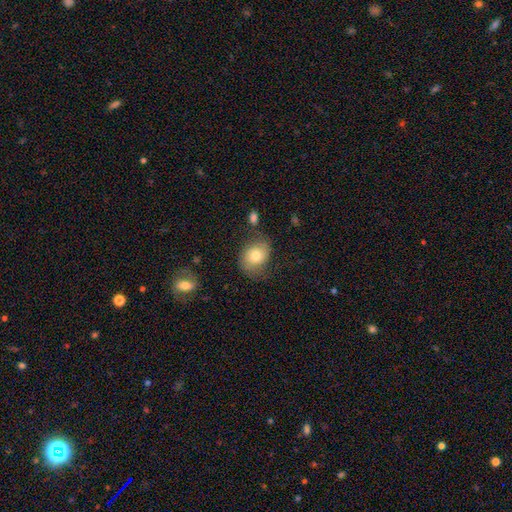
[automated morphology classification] This is possibly a smooth galaxy (60%). How rounded: possibly round (50%). Merging: possibly none (59%).